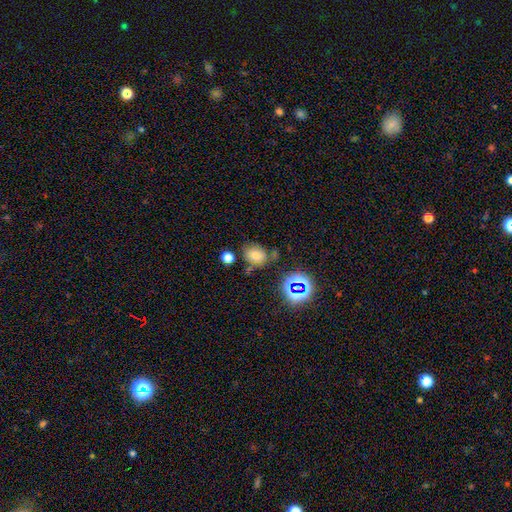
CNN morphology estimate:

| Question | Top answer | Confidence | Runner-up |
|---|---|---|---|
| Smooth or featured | smooth | 64% | star or artifact (22%) |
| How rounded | in between | 53% | round (46%) |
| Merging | none | 60% | minor disturbance (21%) |